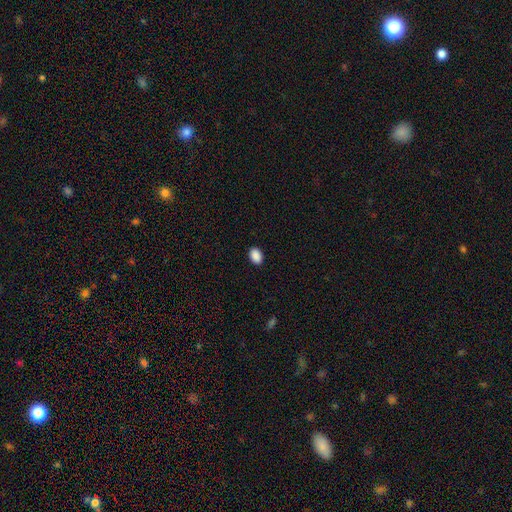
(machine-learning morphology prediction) Overall: smooth (90%). How rounded: in between (82%). Merging: none (90%).